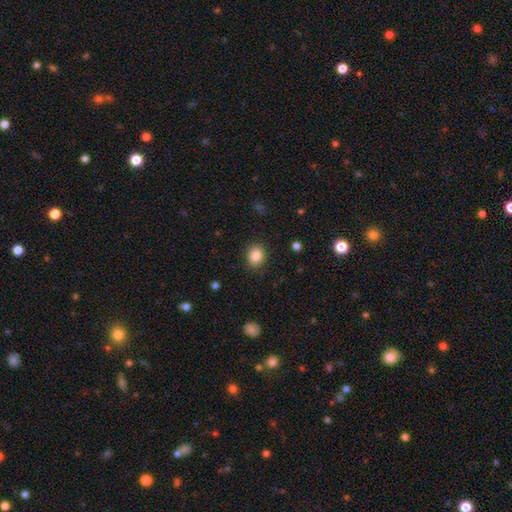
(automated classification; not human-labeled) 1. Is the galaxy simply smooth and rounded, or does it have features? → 85% smooth, 10% star or artifact, 5% featured or disk.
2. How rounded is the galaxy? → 61% round, 38% in between, 1% cigar-shaped.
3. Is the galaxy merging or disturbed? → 88% none, 8% minor disturbance, 3% major disturbance, 1% merger.